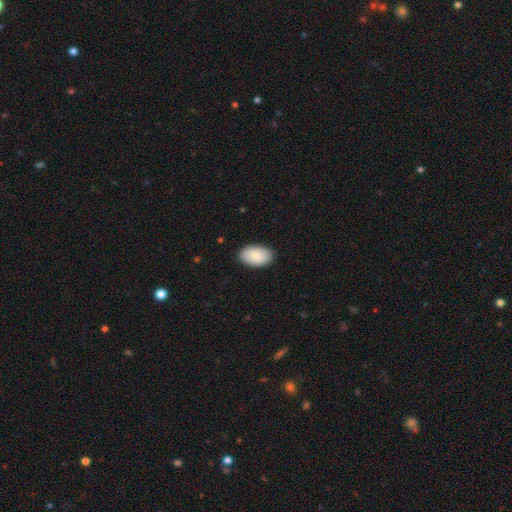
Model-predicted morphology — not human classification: This is clearly a smooth galaxy (81%). How rounded: clearly in between (94%). Merging: clearly none (87%).